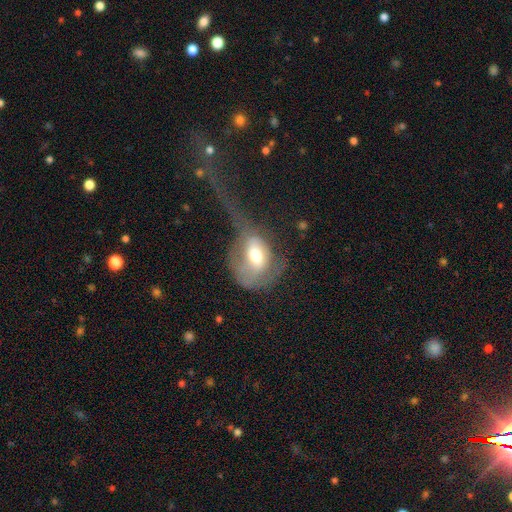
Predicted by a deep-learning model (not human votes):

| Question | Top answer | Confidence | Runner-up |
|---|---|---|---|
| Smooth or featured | smooth | 53% | featured or disk (39%) |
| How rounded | in between | 64% | round (33%) |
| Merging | major disturbance | 66% | minor disturbance (15%) |